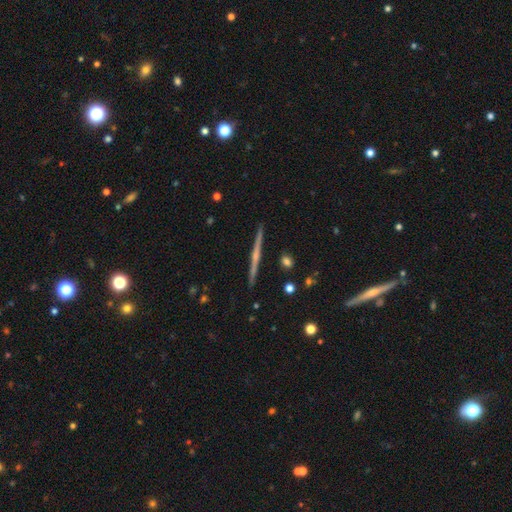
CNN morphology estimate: Smooth or featured? featured or disk (75%)
Edge-on disk? yes (98%)
Edge-on bulge? rounded (47%)
Merging? none (92%)